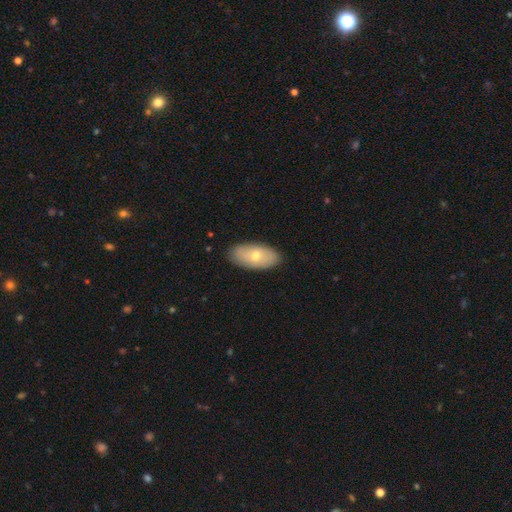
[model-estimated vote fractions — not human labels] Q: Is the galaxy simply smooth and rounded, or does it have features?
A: smooth — 61%.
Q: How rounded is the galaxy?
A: in between — 93%.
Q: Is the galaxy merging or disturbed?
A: none — 86%.